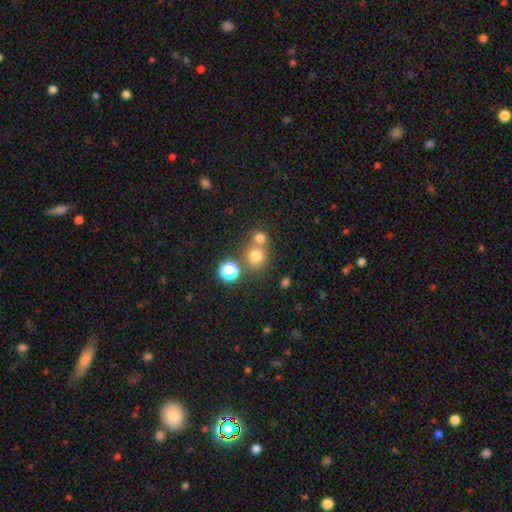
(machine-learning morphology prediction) Smooth or featured? smooth (73%)
How rounded? round (83%)
Merging? none (56%)